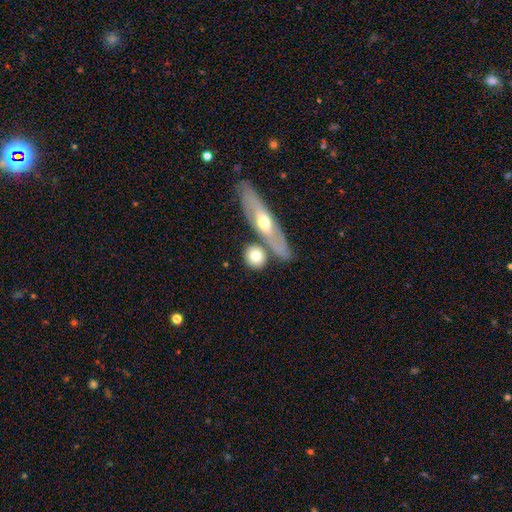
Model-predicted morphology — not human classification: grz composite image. It shows a smooth galaxy with no disk features (69%) that is round (64%). Merging: none (67%).